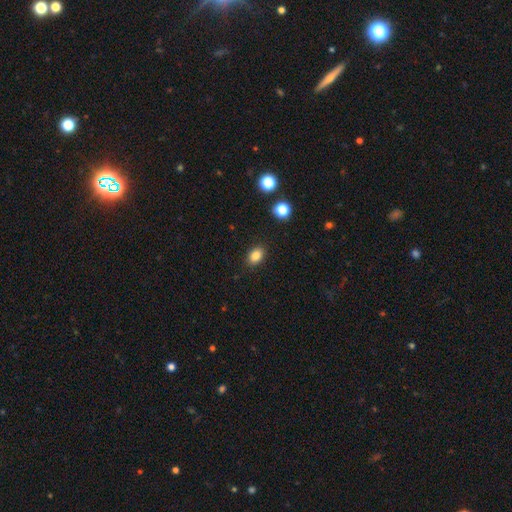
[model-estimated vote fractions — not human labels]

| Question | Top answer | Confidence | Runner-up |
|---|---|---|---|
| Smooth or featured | smooth | 84% | star or artifact (11%) |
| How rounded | in between | 76% | round (23%) |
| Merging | none | 88% | minor disturbance (8%) |